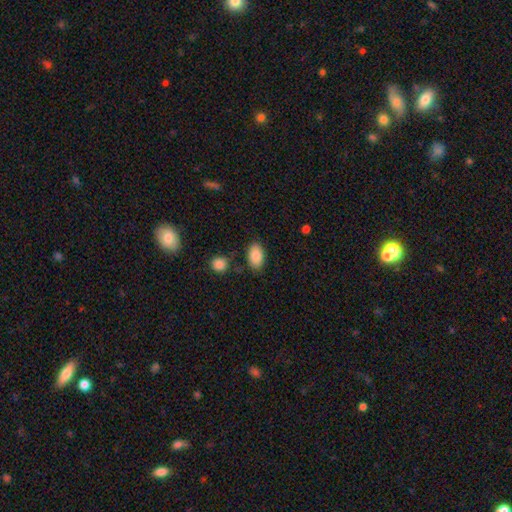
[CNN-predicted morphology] Q: Smooth or featured?
A: smooth (87%); runner-up: star or artifact (7%)
Q: How rounded?
A: in between (91%); runner-up: round (8%)
Q: Merging?
A: none (79%); runner-up: minor disturbance (13%)